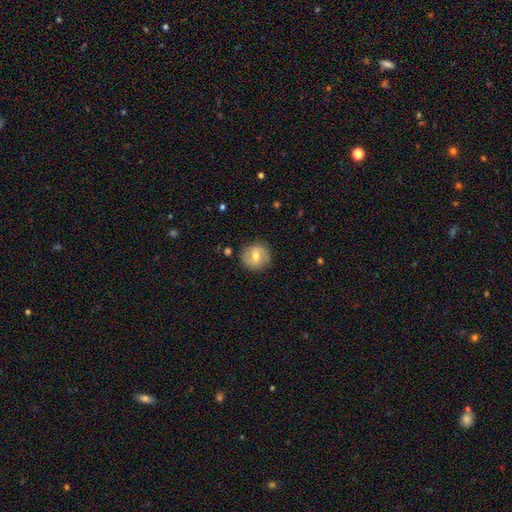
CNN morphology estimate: smooth-or-featured: smooth: 51% | featured or disk: 41% | star or artifact: 8%
  how-rounded: round: 88% | in between: 11% | cigar-shaped: 1%
  merging: none: 86% | minor disturbance: 10% | major disturbance: 3% | merger: 1%